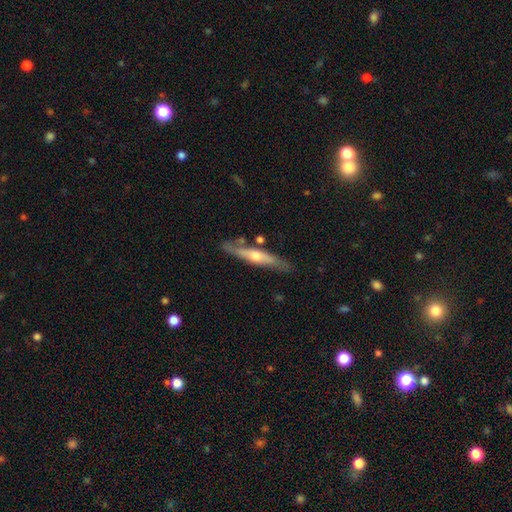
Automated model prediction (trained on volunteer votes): smooth_or_featured: featured or disk (p=0.64) [alt: smooth p=0.31]
disk_edge_on: yes (p=0.83) [alt: no p=0.17]
edge_on_bulge: rounded (p=0.84) [alt: none p=0.12]
merging: none (p=0.78) [alt: minor disturbance p=0.14]